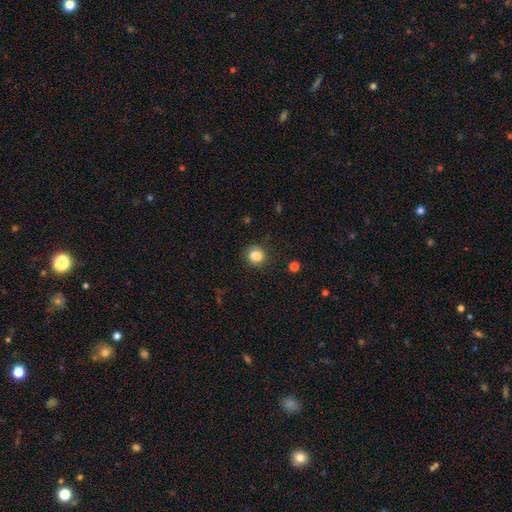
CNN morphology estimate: Smooth or featured: smooth — 84% (star or artifact — 10%)
How rounded: round — 74% (in between — 25%)
Merging: none — 78% (minor disturbance — 15%)